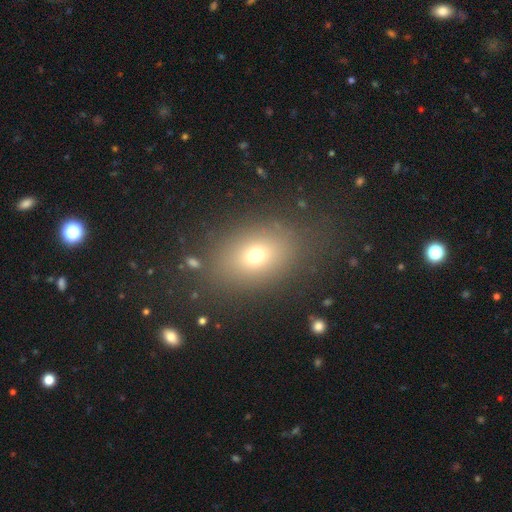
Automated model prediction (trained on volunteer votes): smooth_or_featured: smooth (p=0.69) [alt: star or artifact p=0.18]
how_rounded: in between (p=0.70) [alt: round p=0.28]
merging: none (p=0.81) [alt: minor disturbance p=0.11]